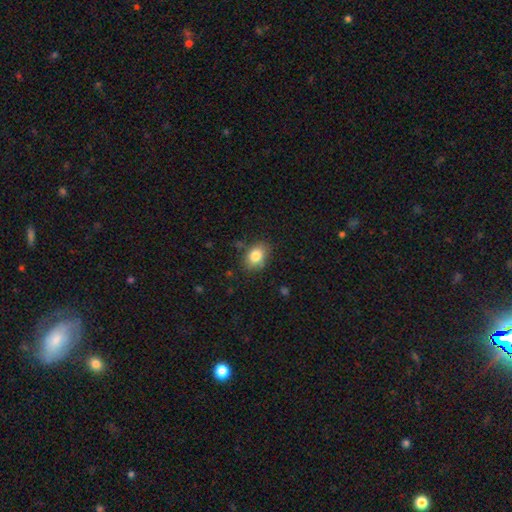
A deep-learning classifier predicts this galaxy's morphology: Q: Smooth or featured?
A: smooth (83%); runner-up: star or artifact (9%)
Q: How rounded?
A: in between (70%); runner-up: round (29%)
Q: Merging?
A: none (79%); runner-up: minor disturbance (15%)